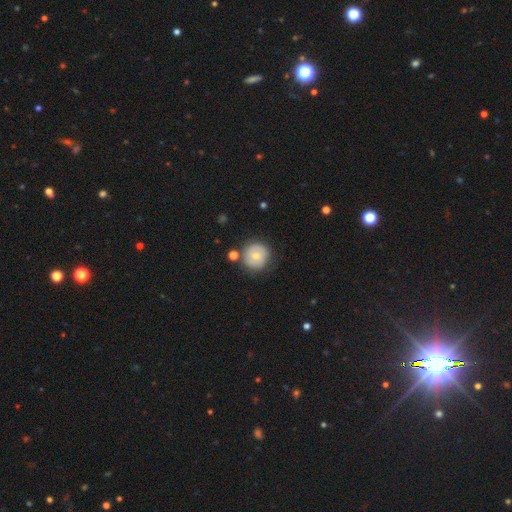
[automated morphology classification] Smooth or featured?
  - smooth: 63% *
  - featured or disk: 28%
  - star or artifact: 9%
How rounded?
  - round: 93% *
  - in between: 6%
  - cigar-shaped: 1%
Merging?
  - none: 78% *
  - minor disturbance: 13%
  - merger: 5%
  - major disturbance: 4%